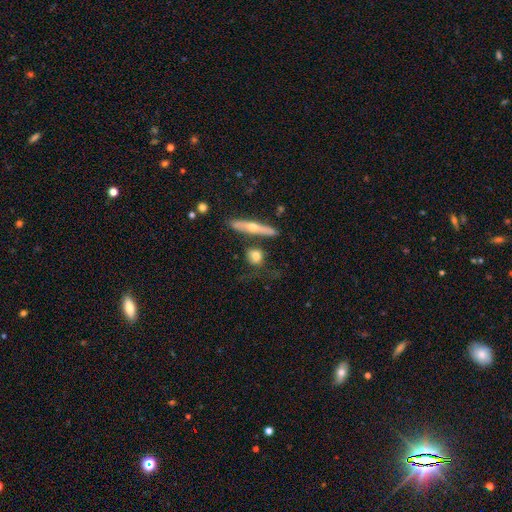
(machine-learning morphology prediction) type=smooth (63%); roundness=round (52%); merging=none (58%).